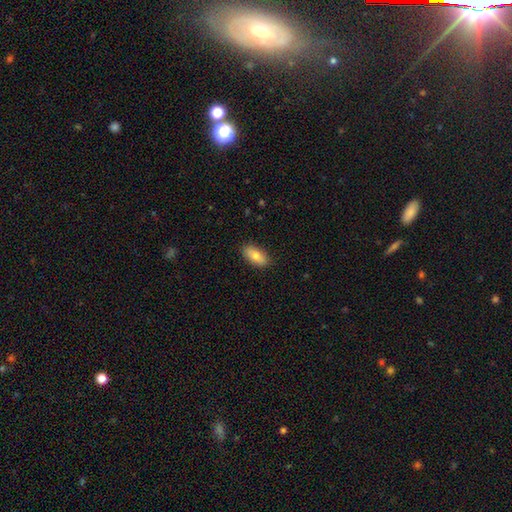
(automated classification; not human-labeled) Morphology: type=smooth (78%); roundness=in between (91%); merging=none (88%).